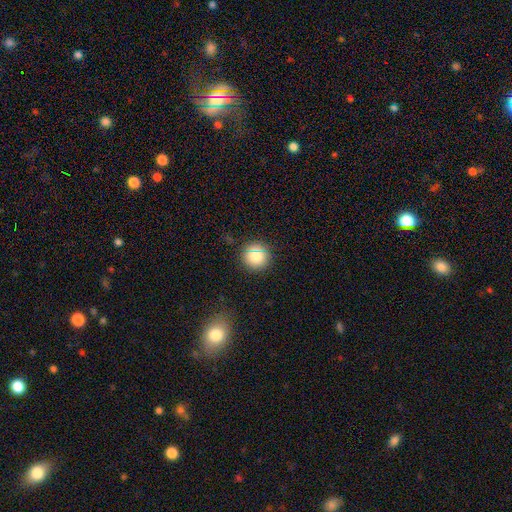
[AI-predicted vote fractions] This is likely a smooth galaxy (79%). How rounded: clearly round (93%). Merging: clearly none (89%).